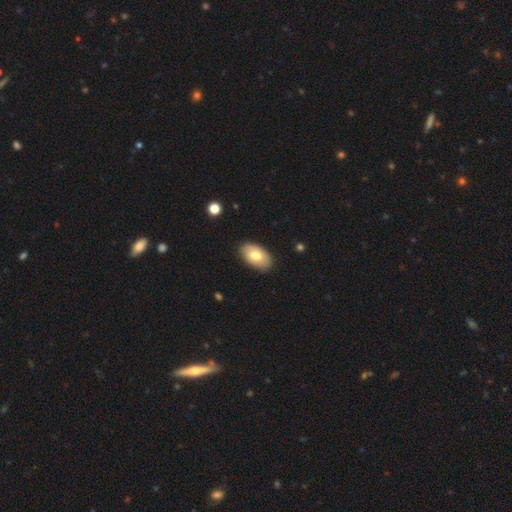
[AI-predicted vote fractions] smooth 73%, featured or disk 21%, star or artifact 6%. Down the decision tree: how rounded — in between (94%); merging — none (86%).